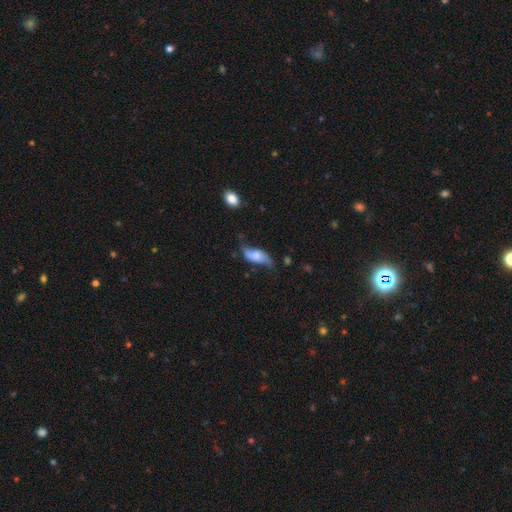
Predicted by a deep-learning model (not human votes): Overall: featured or disk (56%; smooth 36%). Edge-on disk: no (88%). Merging: none (52%; minor disturbance 29%).